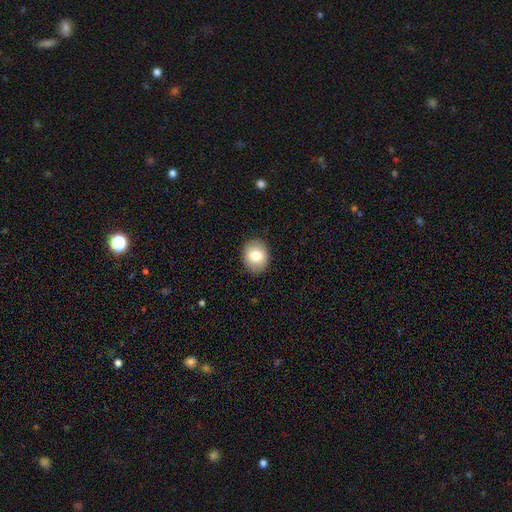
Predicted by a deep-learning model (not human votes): Smooth or featured?
  - smooth: 79% *
  - featured or disk: 13%
  - star or artifact: 8%
How rounded?
  - round: 57% *
  - in between: 42%
  - cigar-shaped: 1%
Merging?
  - none: 89% *
  - minor disturbance: 8%
  - major disturbance: 2%
  - merger: 1%